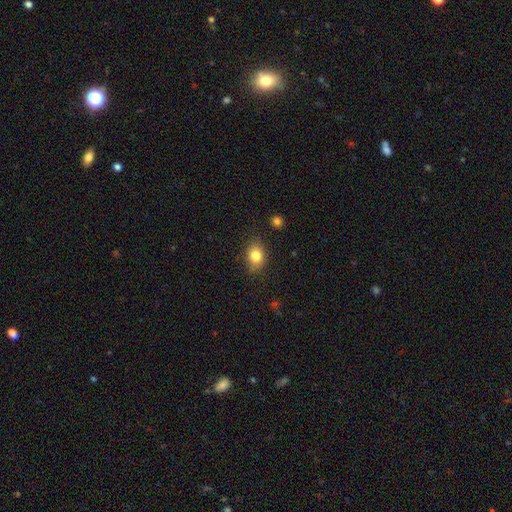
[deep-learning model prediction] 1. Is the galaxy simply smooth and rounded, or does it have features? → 82% smooth, 10% star or artifact, 8% featured or disk.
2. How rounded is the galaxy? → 61% in between, 38% round, 1% cigar-shaped.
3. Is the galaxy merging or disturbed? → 80% none, 15% minor disturbance, 3% major disturbance, 2% merger.